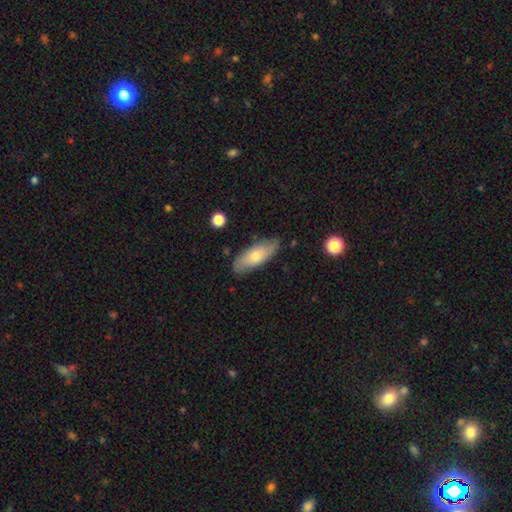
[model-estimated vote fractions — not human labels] A smooth galaxy with no disk features (62%) that is in between round and cigar-shaped (66%). Merging: none (81%).